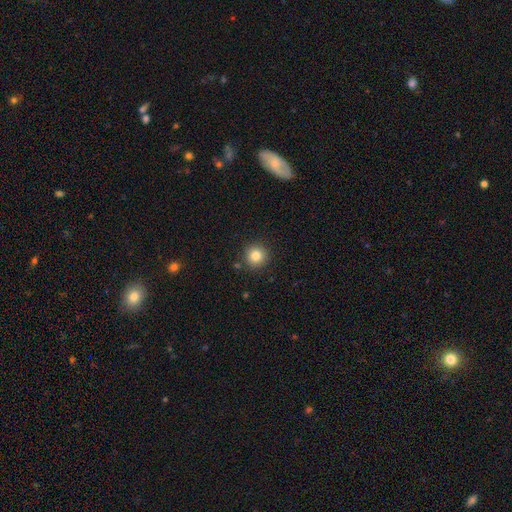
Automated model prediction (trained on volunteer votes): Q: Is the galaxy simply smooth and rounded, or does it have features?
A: smooth — 82%.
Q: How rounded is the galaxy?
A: round — 95%.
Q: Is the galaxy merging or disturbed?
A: none — 89%.